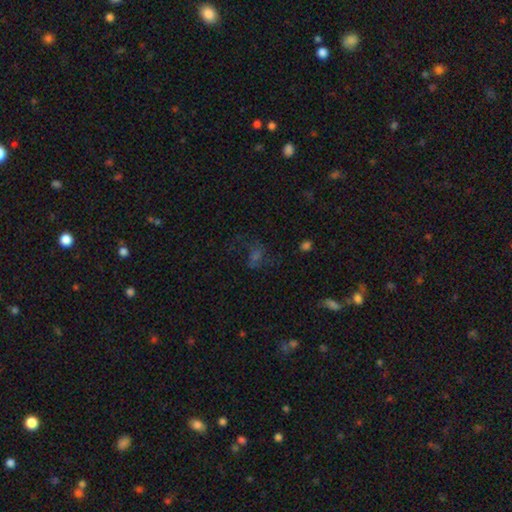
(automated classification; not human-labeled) A star or artifact, not a galaxy (43%).